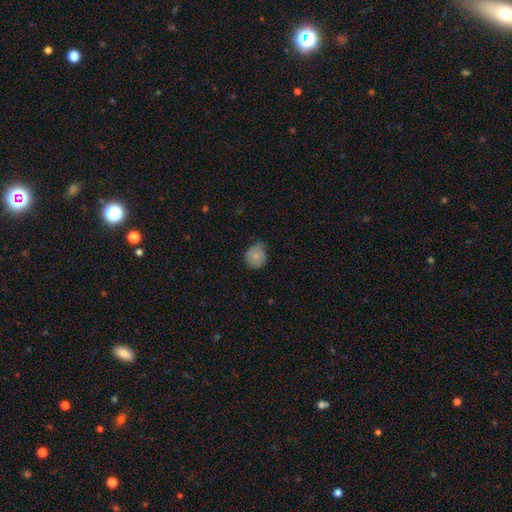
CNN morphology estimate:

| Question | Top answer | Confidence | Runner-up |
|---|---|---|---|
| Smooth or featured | smooth | 83% | star or artifact (9%) |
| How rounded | round | 80% | in between (19%) |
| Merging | none | 59% | minor disturbance (34%) |